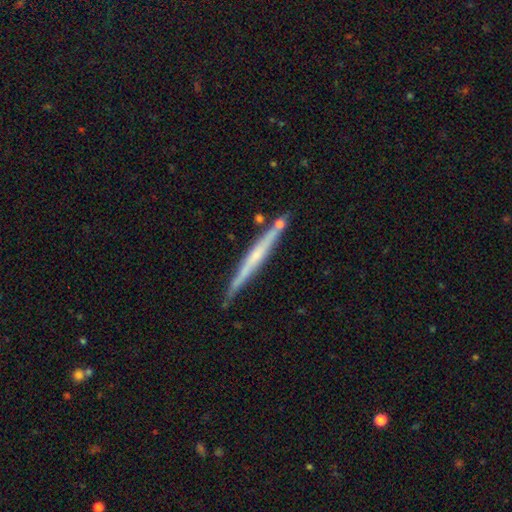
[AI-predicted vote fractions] Smooth or featured? featured or disk (62%)
Edge-on disk? yes (97%)
Edge-on bulge? none (58%)
Merging? none (80%)